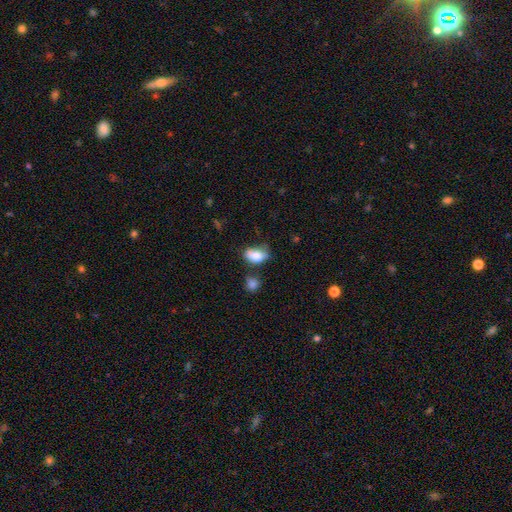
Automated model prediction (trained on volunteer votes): Q: Smooth or featured?
A: smooth (81%); runner-up: featured or disk (11%)
Q: How rounded?
A: in between (85%); runner-up: round (12%)
Q: Merging?
A: none (42%); runner-up: minor disturbance (32%)